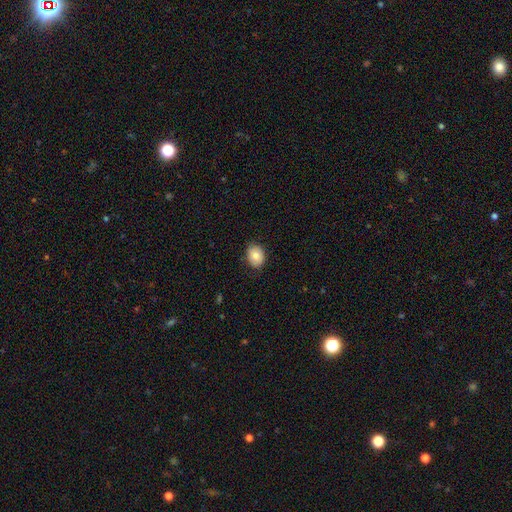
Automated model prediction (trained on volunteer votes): This is clearly a smooth galaxy (82%). How rounded: possibly in between (56%). Merging: clearly none (85%).